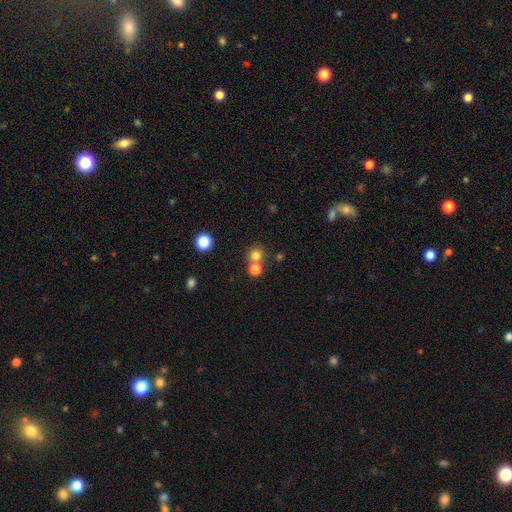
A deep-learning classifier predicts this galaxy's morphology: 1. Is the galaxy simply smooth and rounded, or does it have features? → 76% smooth, 16% star or artifact, 8% featured or disk.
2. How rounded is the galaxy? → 91% round, 8% in between, 1% cigar-shaped.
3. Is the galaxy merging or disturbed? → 63% none, 29% merger, 6% minor disturbance, 3% major disturbance.